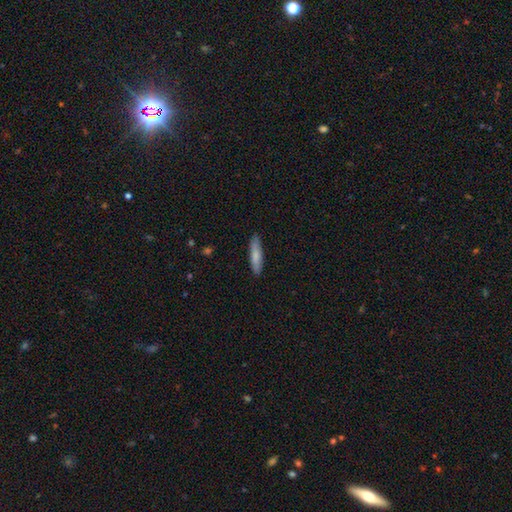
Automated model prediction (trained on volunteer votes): A smooth galaxy with no disk features (79%) that is cigar-shaped (82%).

Vote fractions:
- Smooth or featured? smooth: 79% / featured or disk: 16% / star or artifact: 5%
- How rounded? cigar-shaped: 82% / in between: 17% / round: 1%
- Merging? none: 89% / minor disturbance: 8% / major disturbance: 2% / merger: 1%